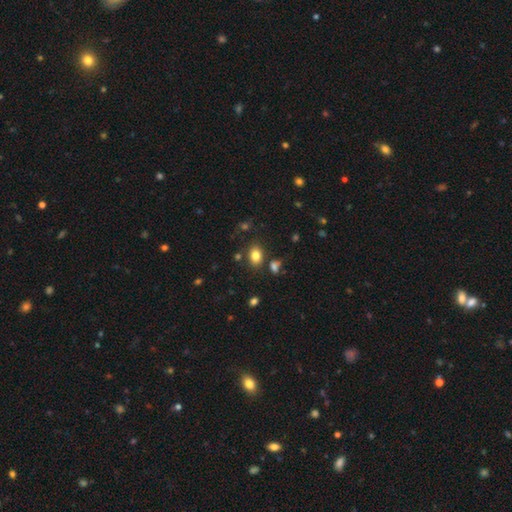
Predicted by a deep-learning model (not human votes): Smooth or featured? smooth (81%)
How rounded? in between (69%)
Merging? none (79%)